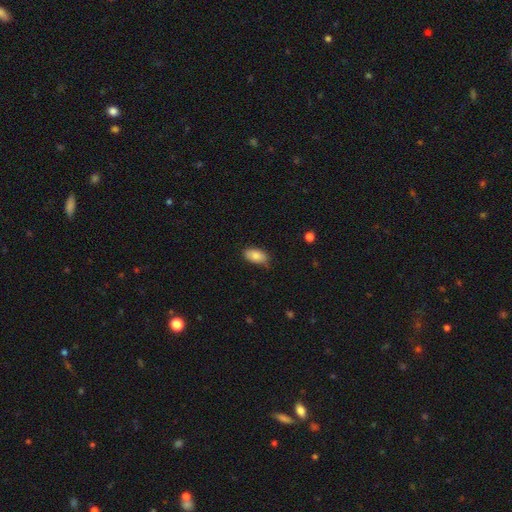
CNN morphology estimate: Smooth or featured: smooth — 84% (featured or disk — 9%)
How rounded: in between — 93% (round — 4%)
Merging: none — 74% (minor disturbance — 21%)